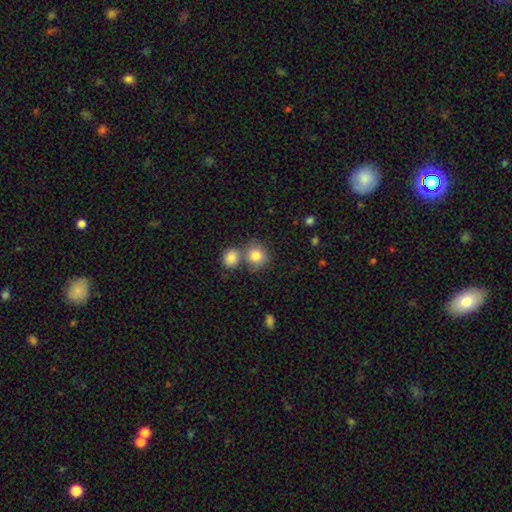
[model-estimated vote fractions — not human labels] smooth-or-featured: smooth: 83% | star or artifact: 9% | featured or disk: 8%
  how-rounded: round: 82% | in between: 18% | cigar-shaped: 1%
  merging: none: 52% | merger: 35% | minor disturbance: 10% | major disturbance: 4%